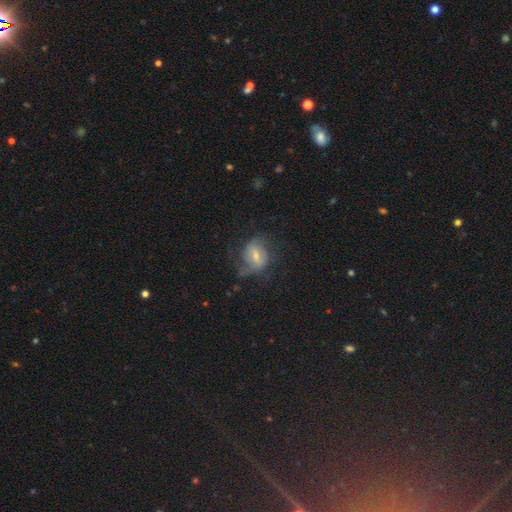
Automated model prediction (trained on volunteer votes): Smooth or featured: featured or disk — 54% (smooth — 32%)
Edge-on disk: no — 95% (yes — 5%)
Bar: weak — 46% (no — 34%)
Spiral arms: yes — 74% (no — 26%)
Bulge size: small — 46% (moderate — 44%)
Merging: none — 54% (minor disturbance — 23%)